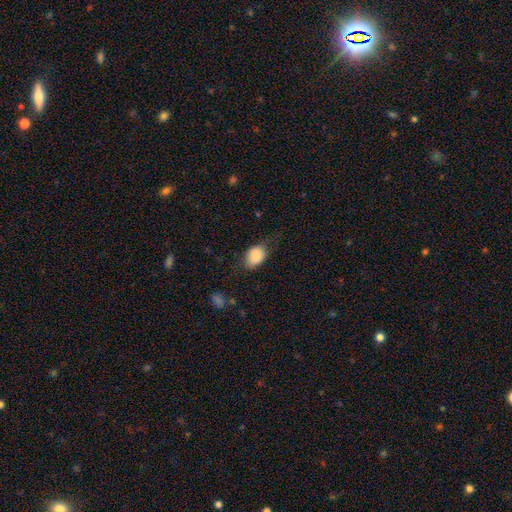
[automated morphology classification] Smooth or featured? Predicted: smooth (p=0.86). How rounded? Predicted: in between (p=0.77). Merging? Predicted: none (p=0.59).